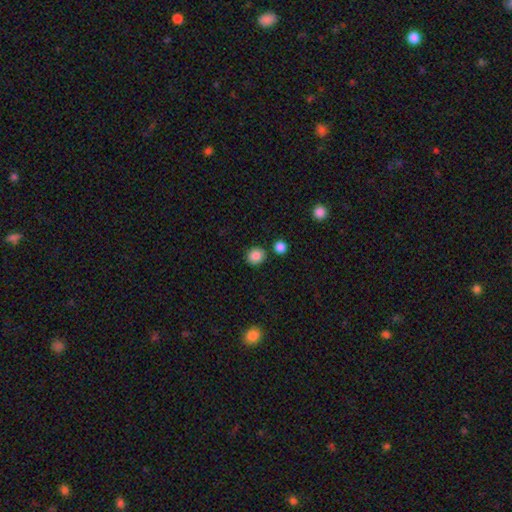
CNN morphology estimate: type=smooth (86%); roundness=round (82%); merging=none (85%).